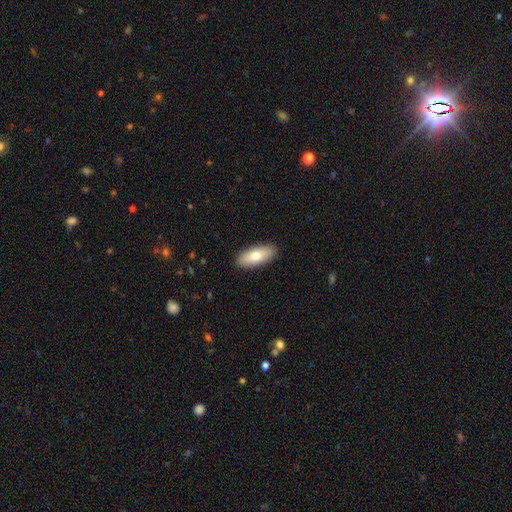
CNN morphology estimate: A smooth galaxy with no disk features (74%) that is in between round and cigar-shaped (81%). Merging: none (90%).